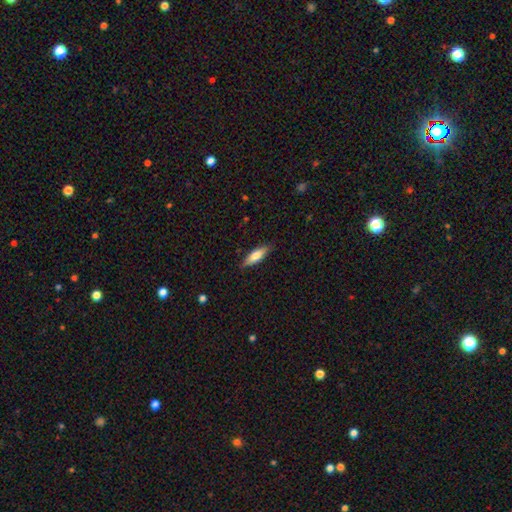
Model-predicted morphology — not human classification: smooth-or-featured: smooth: 68% | featured or disk: 26% | star or artifact: 6%
  how-rounded: in between: 49% (tied) | cigar-shaped: 49% (tied) | round: 2%
  merging: none: 84% | minor disturbance: 12% | major disturbance: 2% | merger: 1%